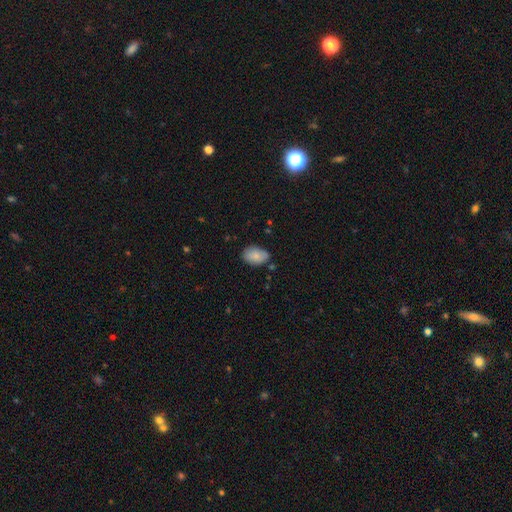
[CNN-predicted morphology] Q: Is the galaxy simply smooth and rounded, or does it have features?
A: smooth — 82%.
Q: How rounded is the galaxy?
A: in between — 86%.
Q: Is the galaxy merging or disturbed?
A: none — 71%.